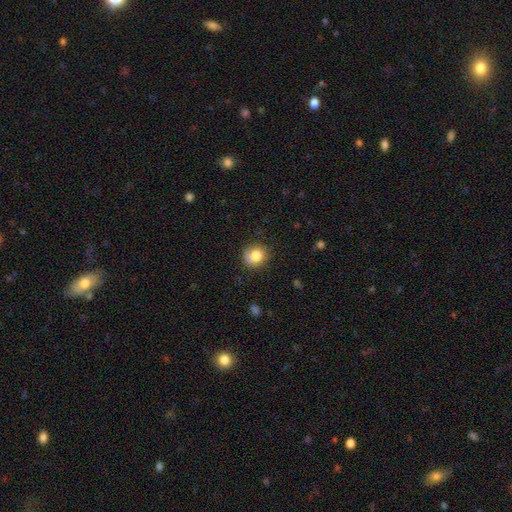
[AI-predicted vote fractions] This appears to be a smooth galaxy with no disk features (79%) that is round (86%). Merging: none (76%).